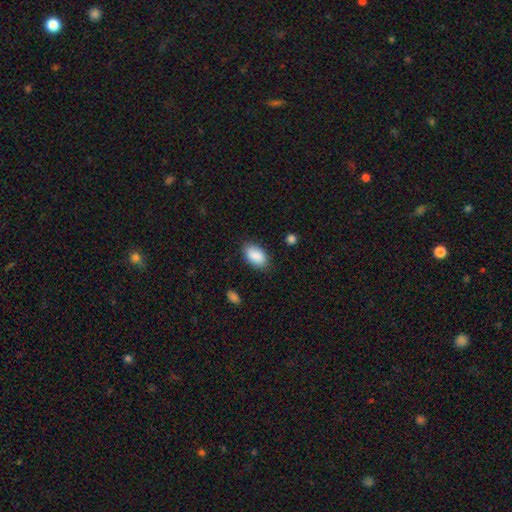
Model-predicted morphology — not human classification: A smooth galaxy with no disk features (88%) that is in between round and cigar-shaped (93%). Merging: none (82%).